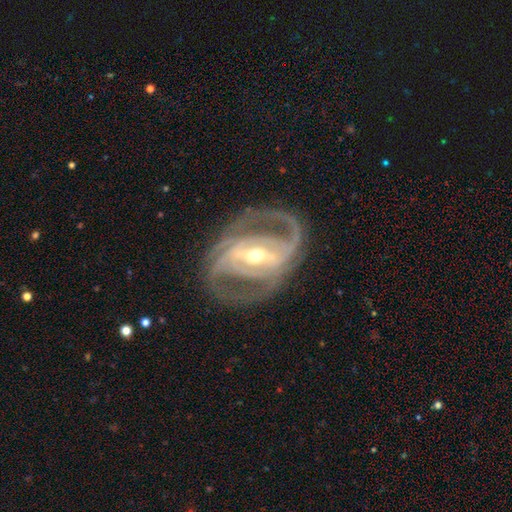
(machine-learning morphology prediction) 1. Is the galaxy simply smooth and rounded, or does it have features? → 91% featured or disk, 4% star or artifact, 4% smooth.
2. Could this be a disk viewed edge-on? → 96% no, 4% yes.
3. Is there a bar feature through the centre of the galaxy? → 62% strong, 28% weak, 11% no.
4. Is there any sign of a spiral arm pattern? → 95% yes, 5% no.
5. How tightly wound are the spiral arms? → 47% medium, 37% tight, 16% loose.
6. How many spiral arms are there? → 57% 2, 18% 3, 12% can't tell, 5% 4, 4% 1, 4% more than 4.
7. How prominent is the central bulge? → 53% moderate, 41% small, 4% large, 1% dominant, 1% none.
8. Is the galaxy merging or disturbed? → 71% none, 15% minor disturbance, 13% major disturbance, 2% merger.